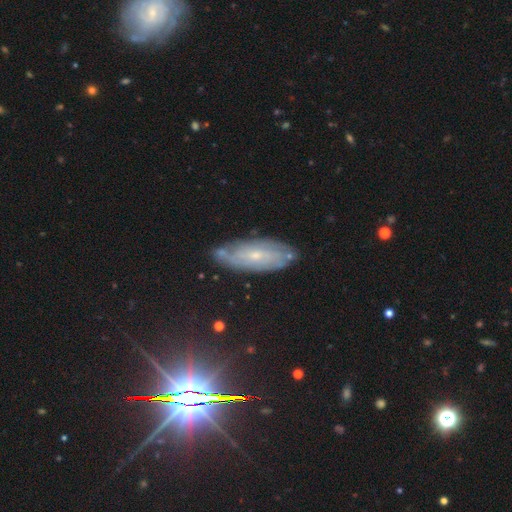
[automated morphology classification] This is likely a featured or disk galaxy (66%). It is clearly not viewed edge-on (83%). Bar: likely no (64%). Spiral arm pattern: likely yes (78%). Central bulge: likely small (74%). Merging: likely none (75%).